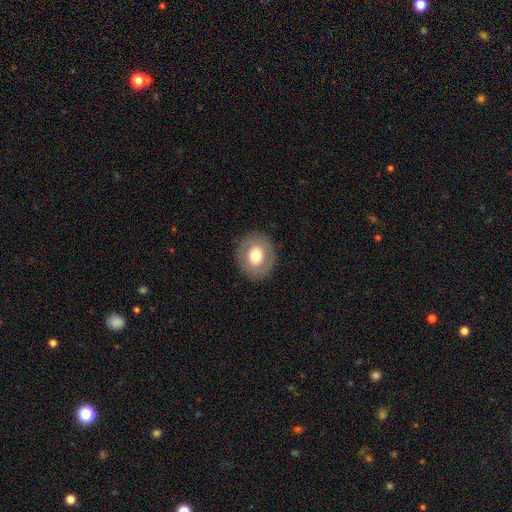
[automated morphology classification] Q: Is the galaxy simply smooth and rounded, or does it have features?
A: smooth — 66%.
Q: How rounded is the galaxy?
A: round — 66%.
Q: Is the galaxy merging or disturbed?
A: none — 87%.